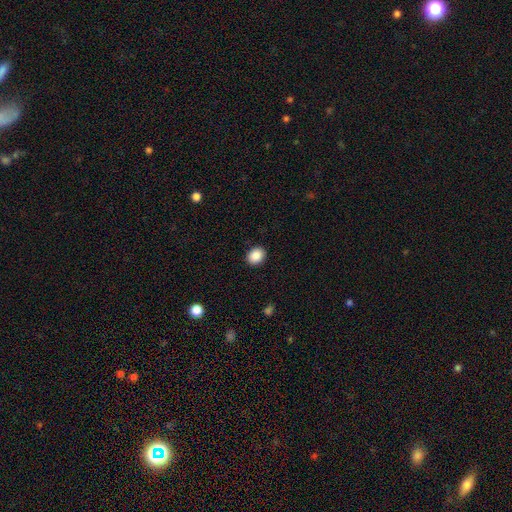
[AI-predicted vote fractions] Overall: smooth (89%). How rounded: in between (50%; round 49%). Merging: none (90%).